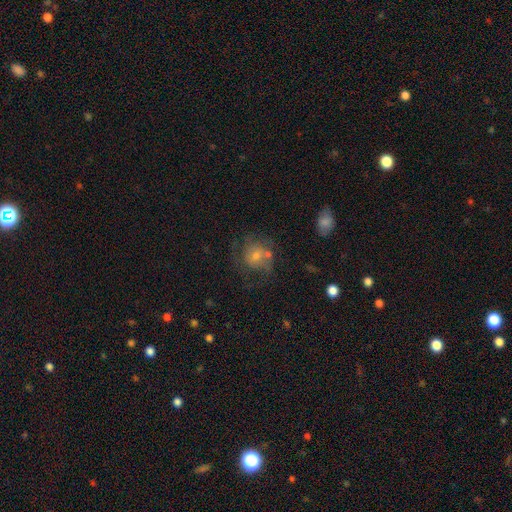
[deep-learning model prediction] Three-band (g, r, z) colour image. It shows a featured or disk galaxy (47%). Merging: none (54%).